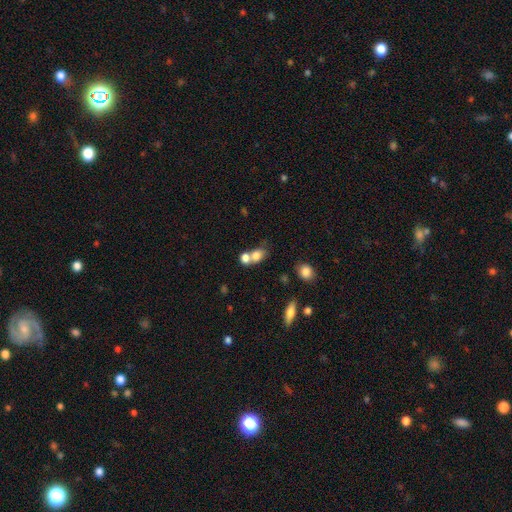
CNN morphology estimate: Smooth or featured? Predicted: smooth (p=0.77). How rounded? Predicted: in between (p=0.54). Merging? Predicted: merger (p=0.55).